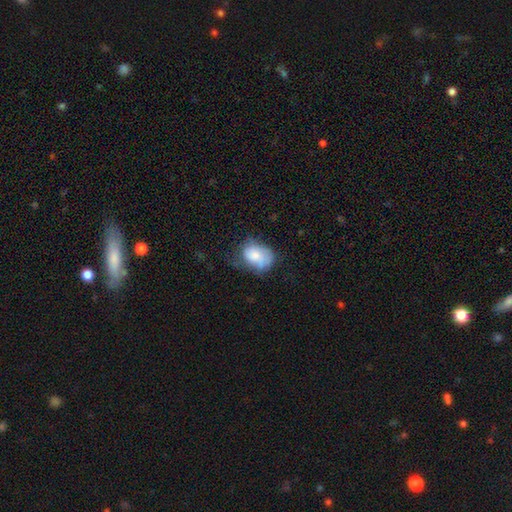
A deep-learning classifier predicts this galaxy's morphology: A smooth galaxy with no disk features (74%) that is in between round and cigar-shaped (76%).

Vote fractions:
- Smooth or featured? smooth: 74% / featured or disk: 18% / star or artifact: 7%
- How rounded? in between: 76% / round: 22% / cigar-shaped: 1%
- Merging? none: 42% / minor disturbance: 36% / major disturbance: 19% / merger: 3%